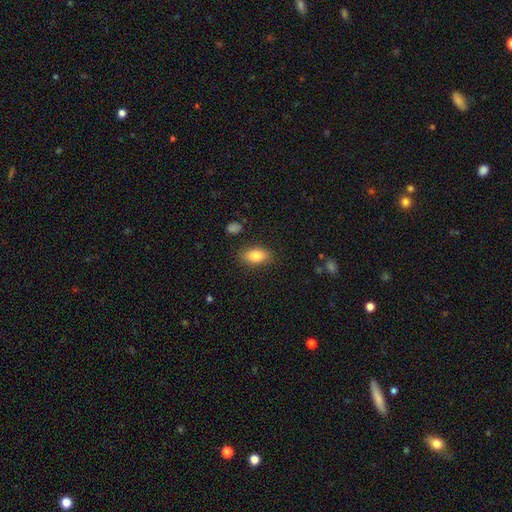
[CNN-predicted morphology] smooth 82%, featured or disk 11%, star or artifact 8%. Down the decision tree: how rounded — in between (88%); merging — none (85%).